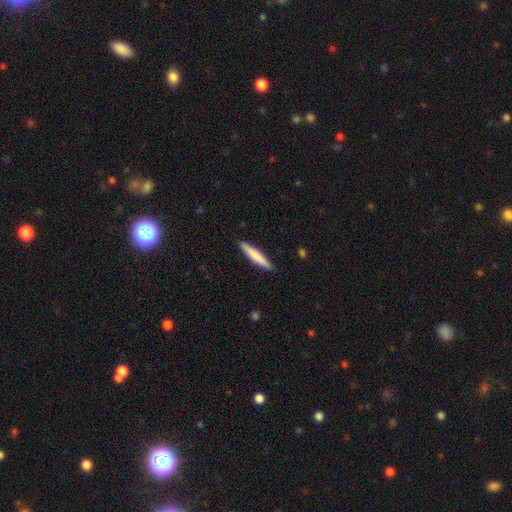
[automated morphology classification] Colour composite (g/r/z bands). It shows a smooth galaxy with no disk features (76%) that is cigar-shaped (92%). Merging: none (89%).